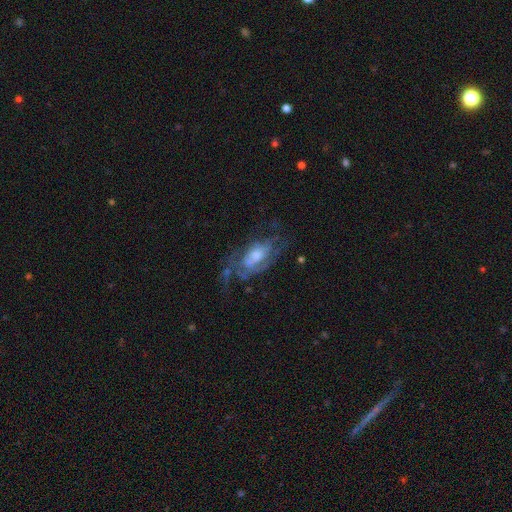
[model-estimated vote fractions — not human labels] This is likely a featured or disk galaxy (76%). It is clearly not viewed edge-on (92%). Bar: likely no (66%). Spiral arm pattern: likely yes (80%). Spiral arm count: marginally can't tell (44%). Spiral winding: marginally medium (41%). Central bulge: possibly moderate (48%). Merging: possibly none (52%).